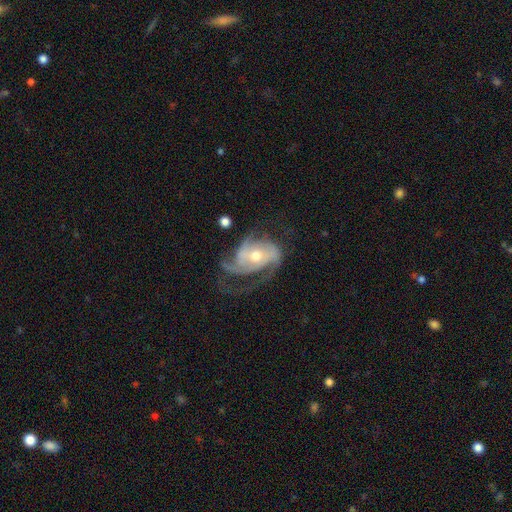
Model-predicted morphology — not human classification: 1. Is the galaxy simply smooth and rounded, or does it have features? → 88% featured or disk, 7% smooth, 5% star or artifact.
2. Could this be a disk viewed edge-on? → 97% no, 3% yes.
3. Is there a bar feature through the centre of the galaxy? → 55% no, 30% weak, 15% strong.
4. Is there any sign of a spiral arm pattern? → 96% yes, 4% no.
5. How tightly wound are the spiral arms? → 47% medium, 31% tight, 22% loose.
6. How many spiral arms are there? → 54% 3, 19% 2, 10% can't tell, 8% 4, 5% 1, 4% more than 4.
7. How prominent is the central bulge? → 66% moderate, 28% small, 4% large, 1% none, 1% dominant.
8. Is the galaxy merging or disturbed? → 49% none, 28% major disturbance, 21% minor disturbance, 2% merger.